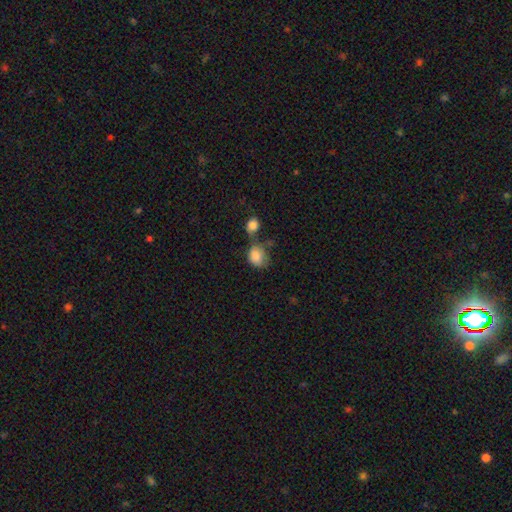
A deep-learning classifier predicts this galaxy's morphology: This is clearly a smooth galaxy (84%). How rounded: possibly round (54%). Merging: marginally none (37%).